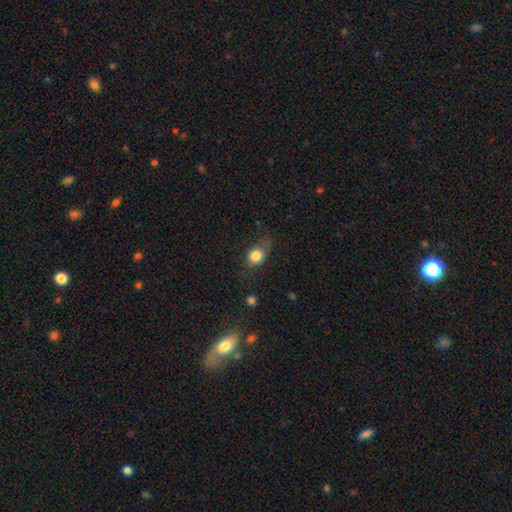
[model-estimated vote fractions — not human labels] Smooth or featured? smooth (82%)
How rounded? in between (54%)
Merging? none (51%)